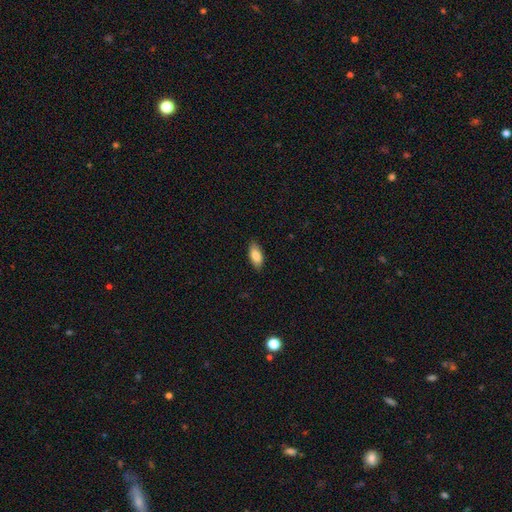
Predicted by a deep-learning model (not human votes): Smooth or featured: smooth — 83% (featured or disk — 10%)
How rounded: in between — 85% (cigar-shaped — 12%)
Merging: none — 85% (minor disturbance — 12%)